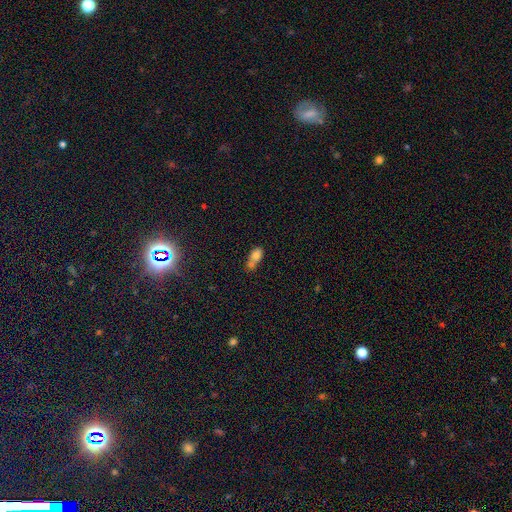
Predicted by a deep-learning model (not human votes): Morphology: type=smooth (74%); roundness=in between (73%); merging=merger (57%).